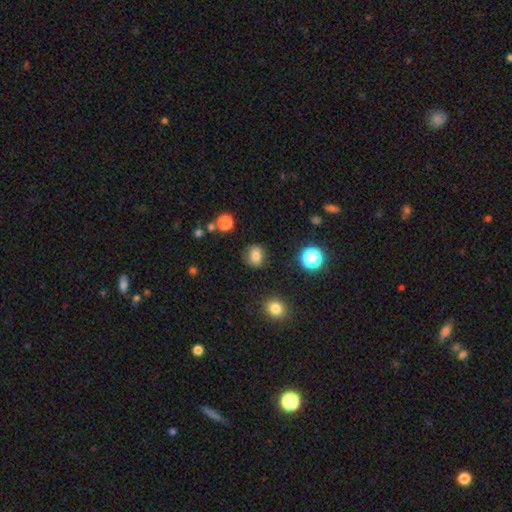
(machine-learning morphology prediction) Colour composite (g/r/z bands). It shows a smooth galaxy with no disk features (80%) that is round (61%). Merging: none (82%).